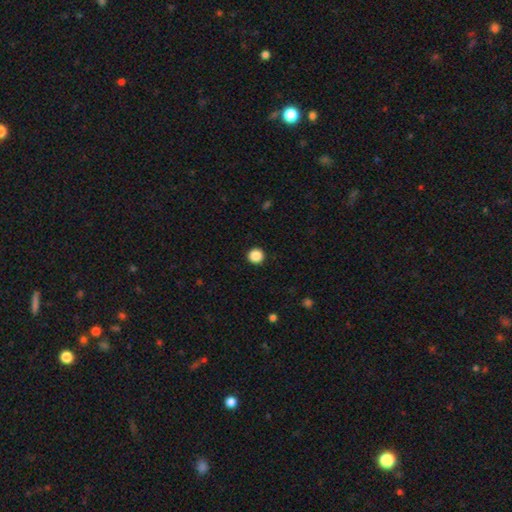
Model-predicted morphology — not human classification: A smooth galaxy with no disk features (88%) that is round (95%). Merging: none (94%).